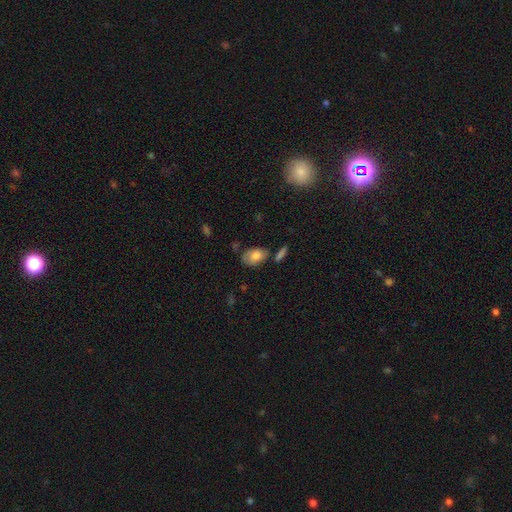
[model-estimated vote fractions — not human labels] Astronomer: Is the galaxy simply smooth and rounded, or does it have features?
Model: smooth — 73%.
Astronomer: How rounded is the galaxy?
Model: in between — 89%.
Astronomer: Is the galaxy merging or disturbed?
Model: none — 62%.